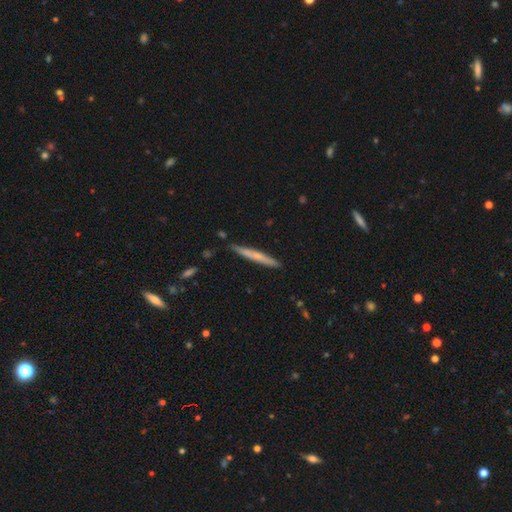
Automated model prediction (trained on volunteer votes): Smooth or featured: smooth — 55% (featured or disk — 40%)
How rounded: cigar-shaped — 96% (in between — 3%)
Merging: none — 87% (minor disturbance — 10%)